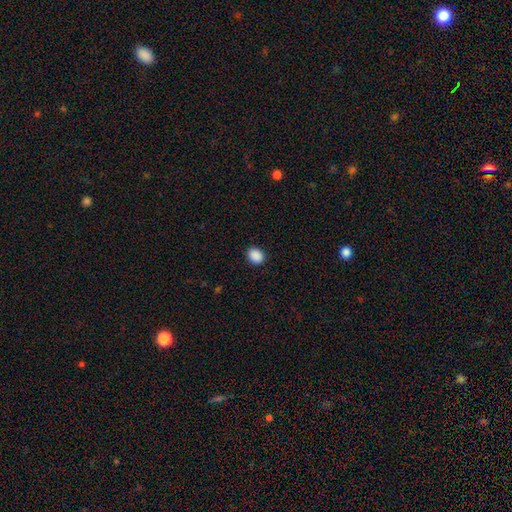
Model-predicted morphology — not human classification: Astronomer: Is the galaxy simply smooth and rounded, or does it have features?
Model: smooth — 89%.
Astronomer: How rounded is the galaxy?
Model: in between — 51% (runner-up: round, 48%).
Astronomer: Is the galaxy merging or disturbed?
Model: none — 90%.